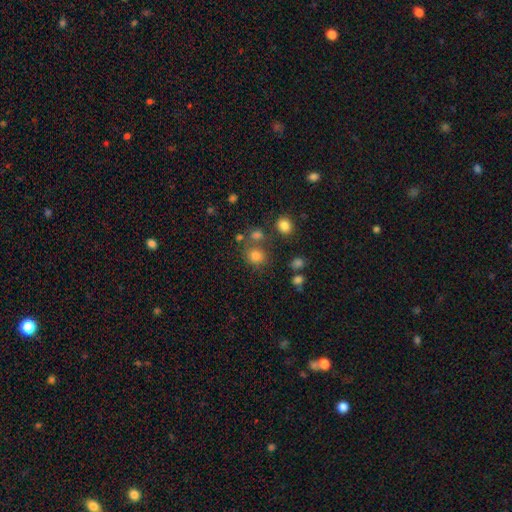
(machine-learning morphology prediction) type=smooth (77%); roundness=round (80%); merging=none (66%).